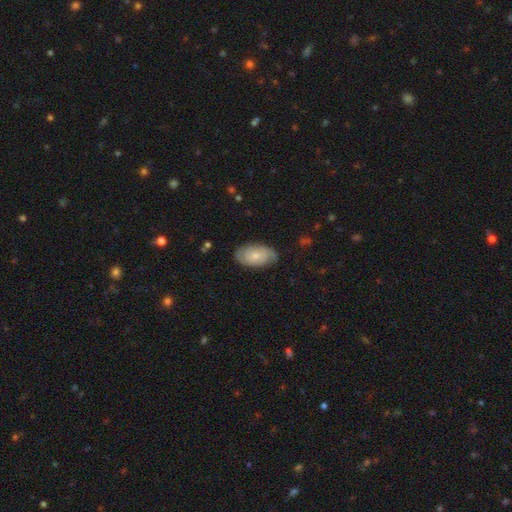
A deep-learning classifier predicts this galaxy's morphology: type=smooth (50%); merging=none (77%).